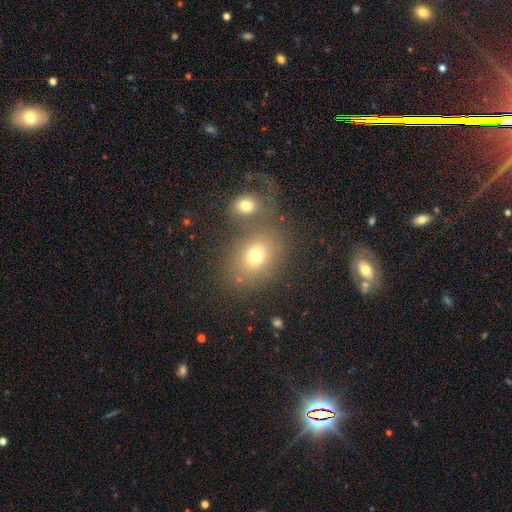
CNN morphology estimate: smooth 68%, featured or disk 17%, star or artifact 15%. Down the decision tree: how rounded — round (50%); merging — none (52%).